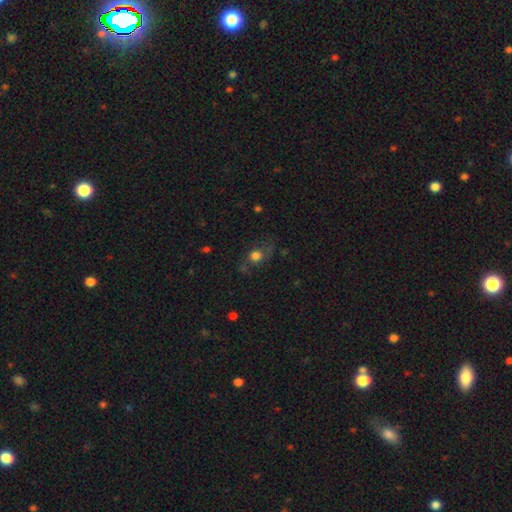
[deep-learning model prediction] A smooth galaxy with no disk features (63%) that is round (68%).

Vote fractions:
- Smooth or featured? smooth: 63% / featured or disk: 21% / star or artifact: 17%
- How rounded? round: 68% / in between: 29% / cigar-shaped: 3%
- Merging? none: 53% / major disturbance: 22% / minor disturbance: 22% / merger: 3%